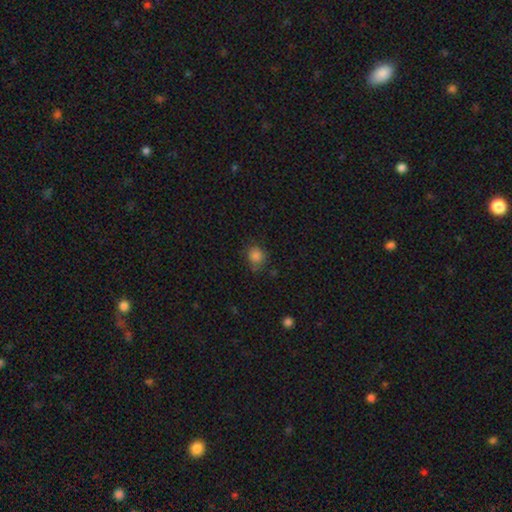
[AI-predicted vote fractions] This is clearly a smooth galaxy (84%). How rounded: clearly round (85%). Merging: likely none (73%).